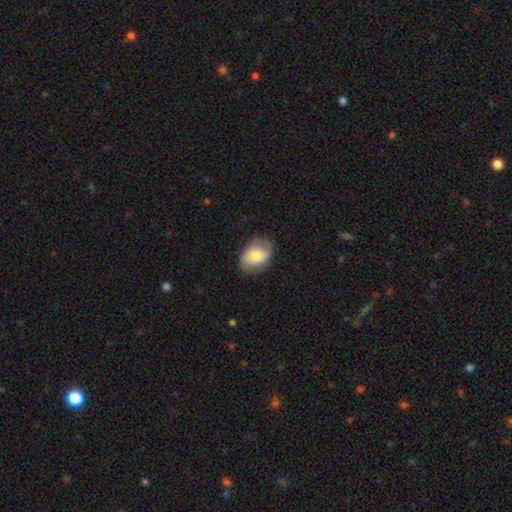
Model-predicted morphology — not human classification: A smooth galaxy with no disk features (71%) that is in between round and cigar-shaped (78%).

Vote fractions:
- Smooth or featured? smooth: 71% / featured or disk: 22% / star or artifact: 7%
- How rounded? in between: 78% / round: 21% / cigar-shaped: 1%
- Merging? none: 74% / minor disturbance: 20% / major disturbance: 6% / merger: 1%